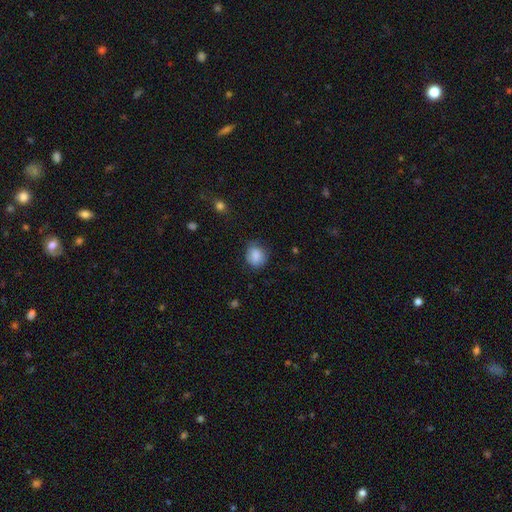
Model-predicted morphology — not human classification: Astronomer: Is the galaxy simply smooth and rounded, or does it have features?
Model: smooth — 84%.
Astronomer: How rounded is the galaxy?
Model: round — 69%.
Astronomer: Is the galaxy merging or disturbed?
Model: none — 70%.